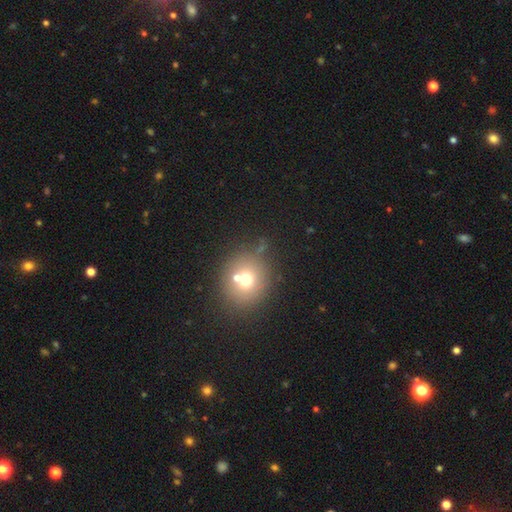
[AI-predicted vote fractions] A smooth galaxy with no disk features (59%) that is round (81%). Merging: none (71%).